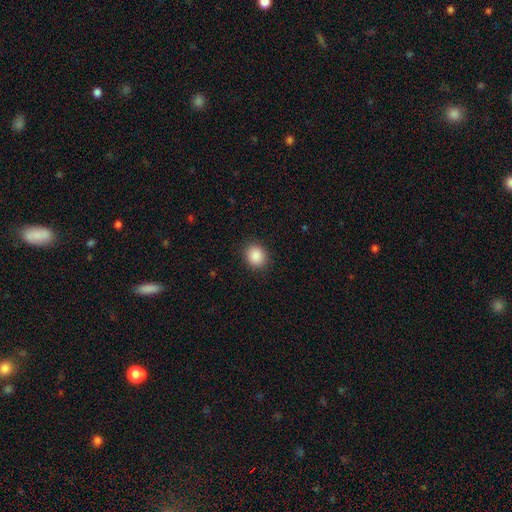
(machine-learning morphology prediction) The model was most divided on "how rounded": round: 70%, in between: 29%, cigar-shaped: 1%. More confident: merging — none (90%); smooth or featured — smooth (89%).